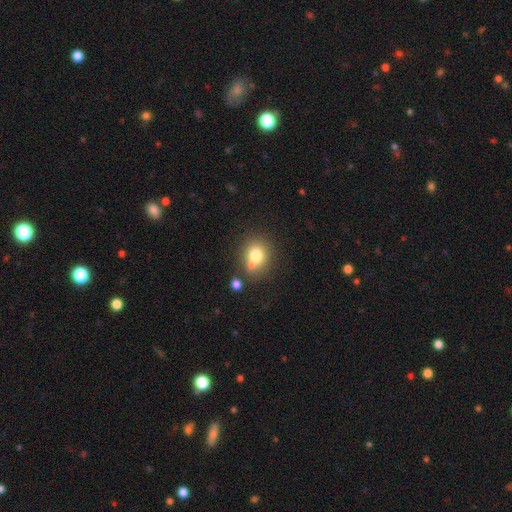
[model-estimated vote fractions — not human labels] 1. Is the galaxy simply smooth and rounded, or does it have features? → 76% smooth, 12% featured or disk, 11% star or artifact.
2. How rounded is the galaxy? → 73% round, 27% in between, 1% cigar-shaped.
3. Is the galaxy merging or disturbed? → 61% none, 22% merger, 13% minor disturbance, 4% major disturbance.